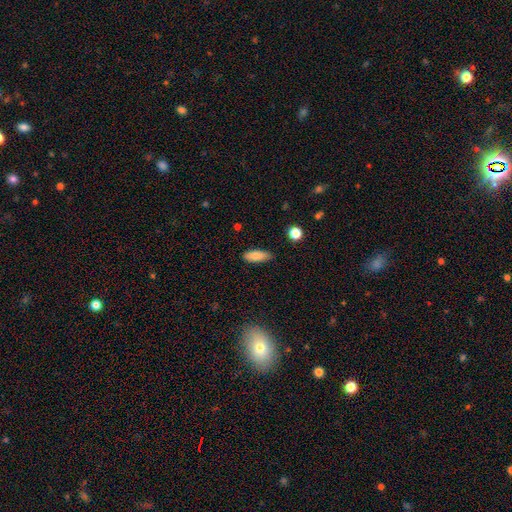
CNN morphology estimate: A smooth galaxy with no disk features (84%) that is in between round and cigar-shaped (70%). Merging: none (82%).